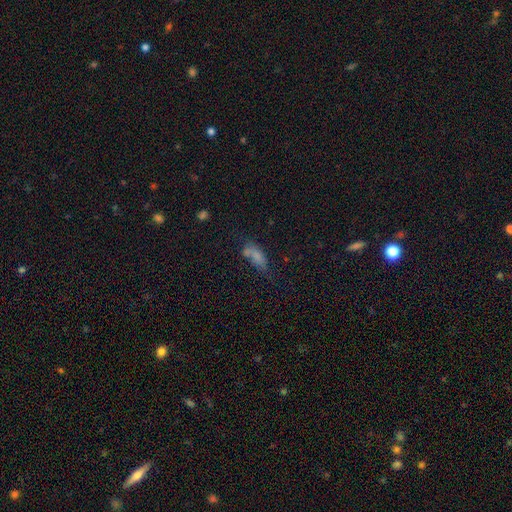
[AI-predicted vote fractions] Morphology: type=smooth (70%); roundness=in between (75%); merging=none (36%).